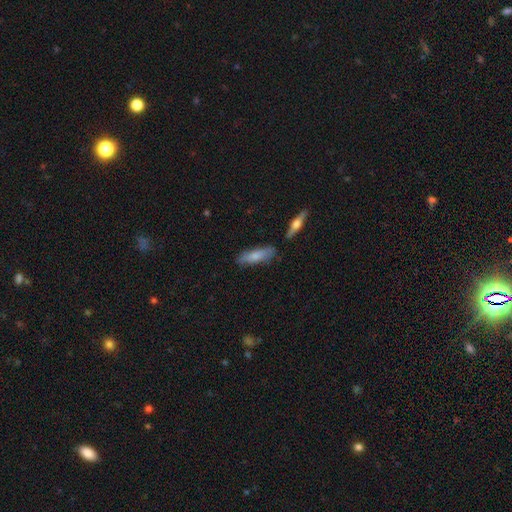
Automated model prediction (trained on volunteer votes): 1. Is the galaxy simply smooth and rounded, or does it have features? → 70% smooth, 25% featured or disk, 6% star or artifact.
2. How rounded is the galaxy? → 61% cigar-shaped, 37% in between, 2% round.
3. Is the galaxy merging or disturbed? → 76% none, 16% minor disturbance, 5% merger, 3% major disturbance.